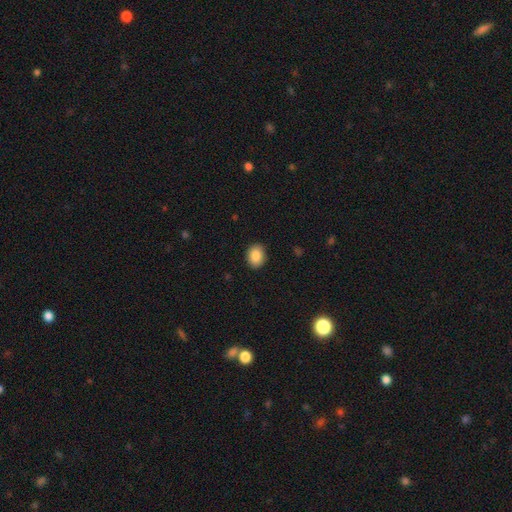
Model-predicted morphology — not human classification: This appears to be a smooth galaxy with no disk features (88%) that is in between round and cigar-shaped (59%). Merging: none (89%).